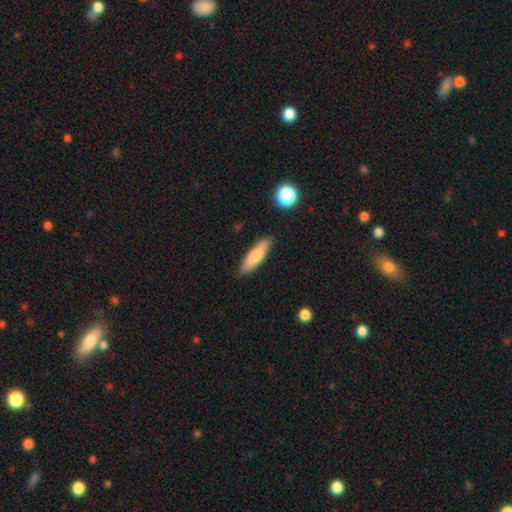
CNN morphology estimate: Smooth or featured? smooth (73%)
How rounded? cigar-shaped (63%)
Merging? none (86%)